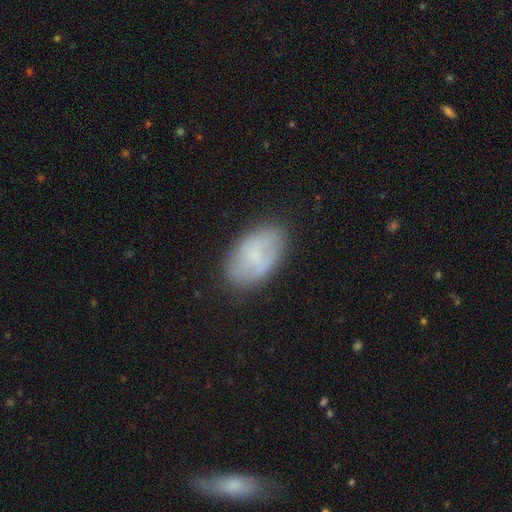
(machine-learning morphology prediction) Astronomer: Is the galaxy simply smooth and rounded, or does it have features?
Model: smooth — 61%.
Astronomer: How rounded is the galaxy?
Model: in between — 92%.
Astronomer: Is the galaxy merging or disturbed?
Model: none — 78%.